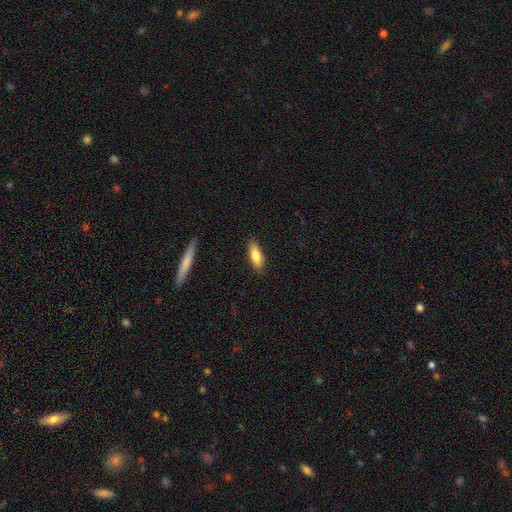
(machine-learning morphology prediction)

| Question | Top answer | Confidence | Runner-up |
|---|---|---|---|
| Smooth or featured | smooth | 78% | featured or disk (15%) |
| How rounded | in between | 65% | cigar-shaped (33%) |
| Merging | none | 86% | minor disturbance (10%) |